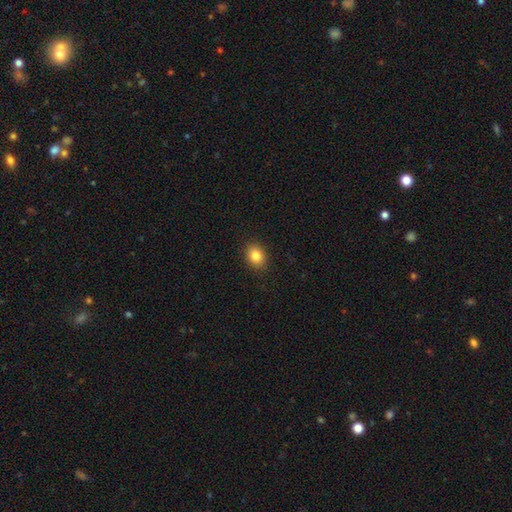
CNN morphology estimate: The model was most divided on "how rounded": in between: 60%, round: 39%, cigar-shaped: 1%. More confident: merging — none (90%); smooth or featured — smooth (84%).